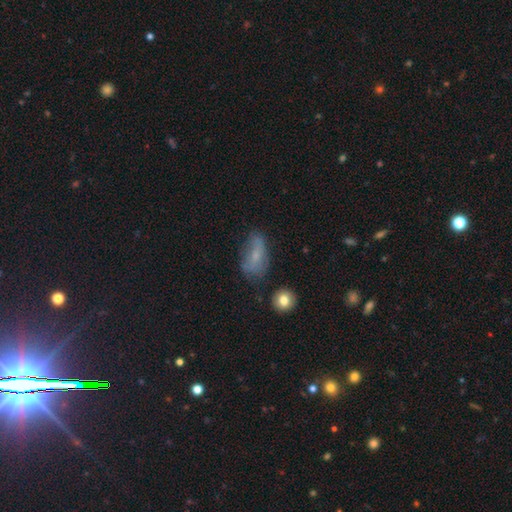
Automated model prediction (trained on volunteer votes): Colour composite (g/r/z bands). It shows a smooth galaxy with no disk features (59%) that is in between round and cigar-shaped (84%). Merging: none (49%).